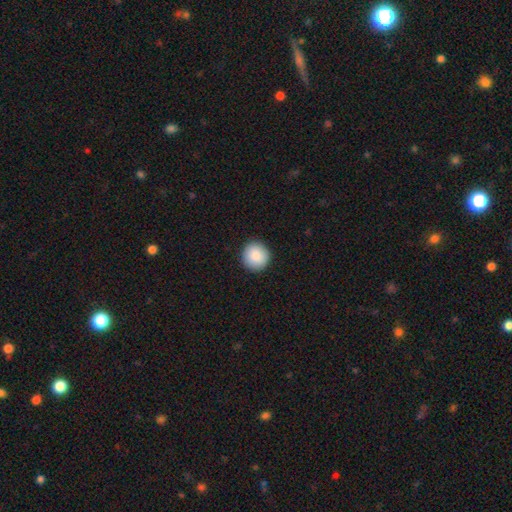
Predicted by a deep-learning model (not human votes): Smooth or featured? Predicted: smooth (p=0.89). How rounded? Predicted: round (p=0.95). Merging? Predicted: none (p=0.92).